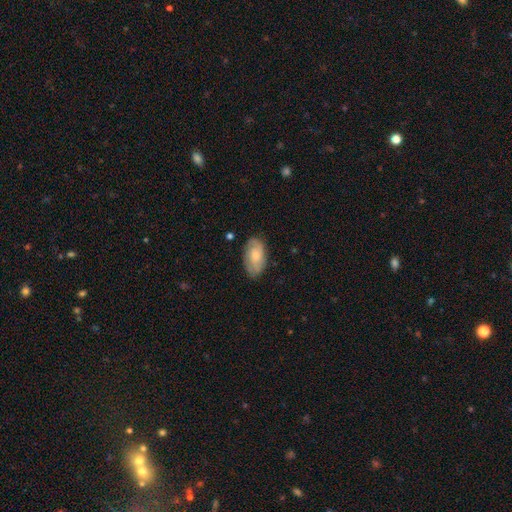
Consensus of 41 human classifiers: Q: Smooth or featured?
A: smooth (59%); runner-up: featured or disk (37%)
Q: How rounded?
A: in between (79%); runner-up: cigar-shaped (21%)
Q: Merging?
A: none (67%); runner-up: minor disturbance (28%)